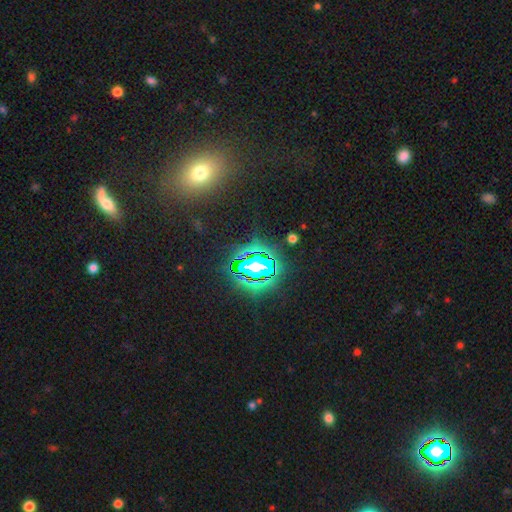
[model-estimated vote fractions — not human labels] Morphology: type=star or artifact (75%).